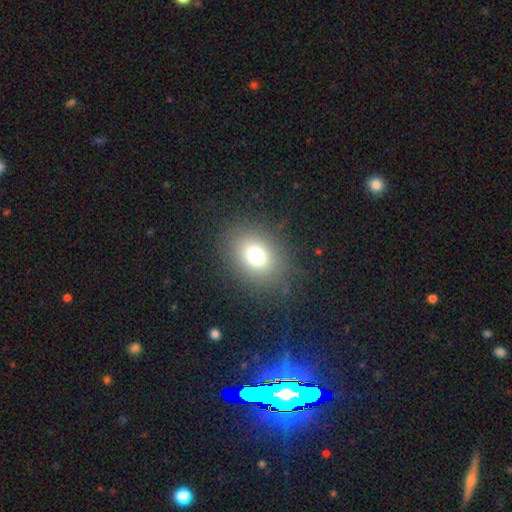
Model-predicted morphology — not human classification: type=smooth (73%); roundness=in between (50%); merging=none (83%).